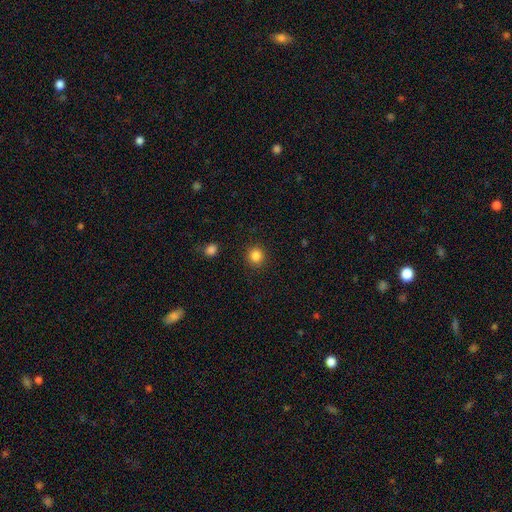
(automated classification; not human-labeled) A smooth galaxy with no disk features (85%) that is round (93%).

Vote fractions:
- Smooth or featured? smooth: 85% / star or artifact: 11% / featured or disk: 4%
- How rounded? round: 93% / in between: 7% / cigar-shaped: 1%
- Merging? none: 91% / minor disturbance: 6% / major disturbance: 2% / merger: 1%